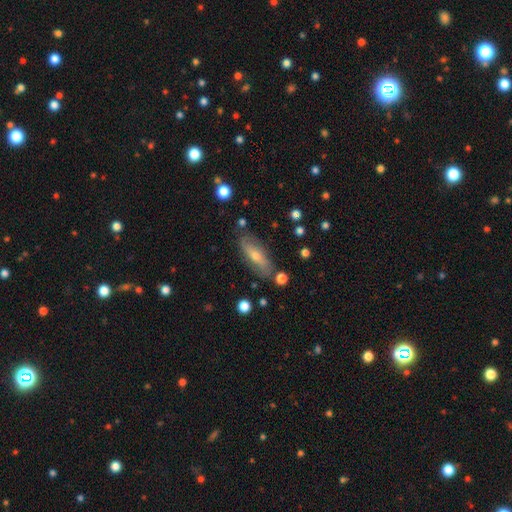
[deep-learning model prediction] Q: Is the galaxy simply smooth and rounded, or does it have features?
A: featured or disk — 46%, tied with smooth.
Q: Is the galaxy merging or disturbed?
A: none — 79%.